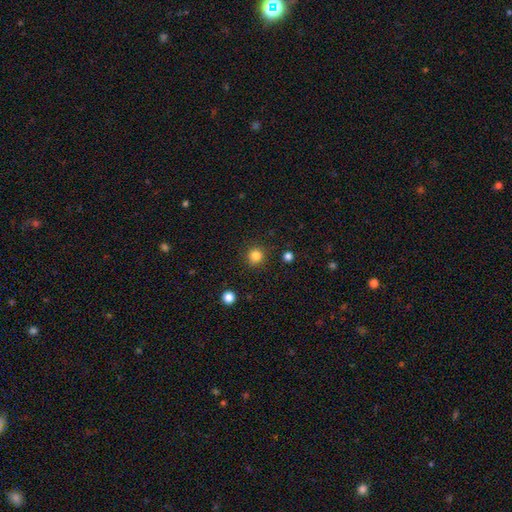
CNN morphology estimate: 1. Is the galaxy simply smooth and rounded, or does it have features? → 83% smooth, 12% star or artifact, 4% featured or disk.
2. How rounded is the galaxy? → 93% round, 6% in between, 1% cigar-shaped.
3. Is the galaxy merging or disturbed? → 89% none, 7% minor disturbance, 3% major disturbance, 2% merger.